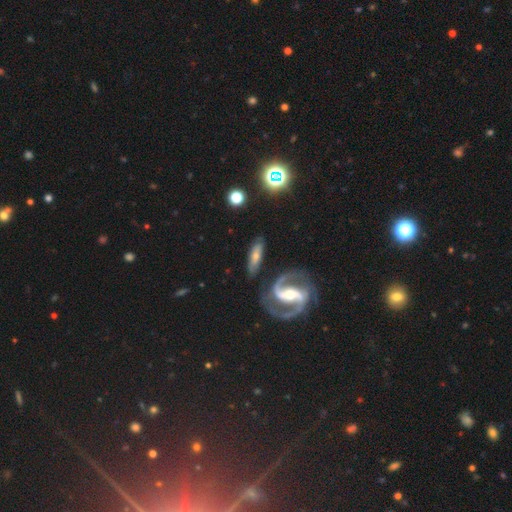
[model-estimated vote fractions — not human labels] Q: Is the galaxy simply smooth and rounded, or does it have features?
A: featured or disk — 57%.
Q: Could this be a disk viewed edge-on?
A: no — 72%.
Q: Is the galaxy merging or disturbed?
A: none — 77%.